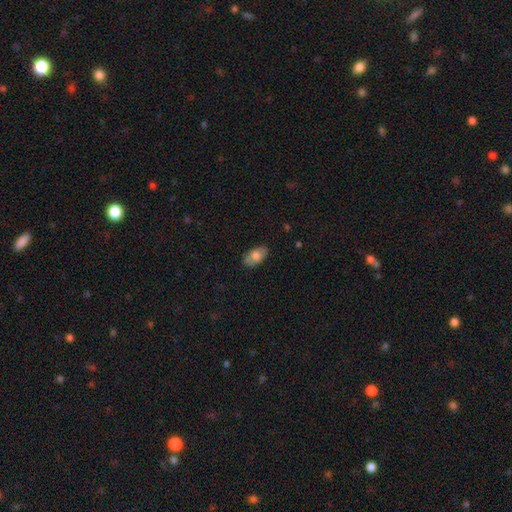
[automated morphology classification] The model was most divided on "smooth or featured": smooth: 71%, featured or disk: 22%, star or artifact: 7%. More confident: how rounded — in between (93%); merging — none (84%).